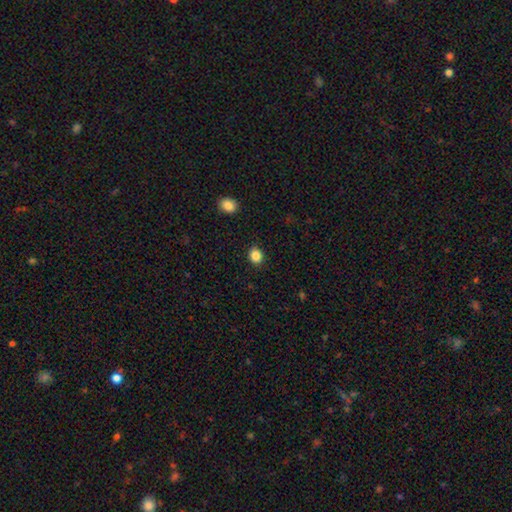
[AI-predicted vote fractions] Smooth or featured? Predicted: smooth (p=0.85). How rounded? Predicted: round (p=0.65). Merging? Predicted: none (p=0.89).